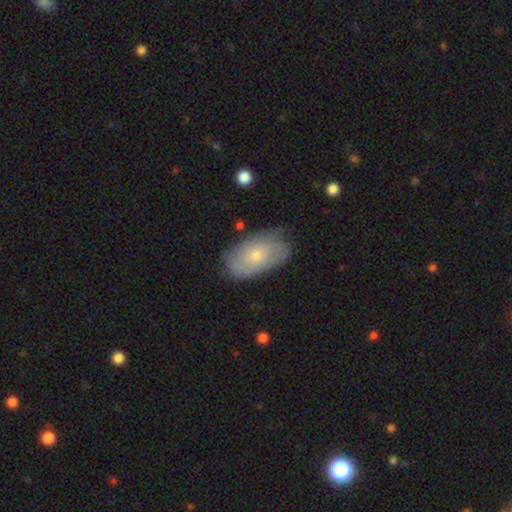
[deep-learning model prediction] smooth_or_featured: smooth (p=0.52) [alt: featured or disk p=0.42]
how_rounded: in between (p=0.92) [alt: round p=0.06]
merging: none (p=0.70) [alt: minor disturbance p=0.23]